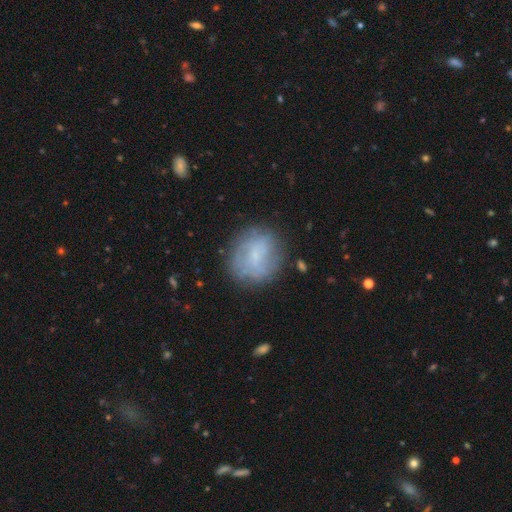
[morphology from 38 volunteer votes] Overall: featured or disk (53%; smooth 42%). Edge-on disk: no (90%). Bar: weak (61%; no 33%). Spiral arms: yes (67%; no 33%). Spiral arm count: 2 (42%; can't tell 33%). Spiral winding: medium (50%; tight 33%). Bulge size: small (56%; moderate 28%). Merging: none (67%).